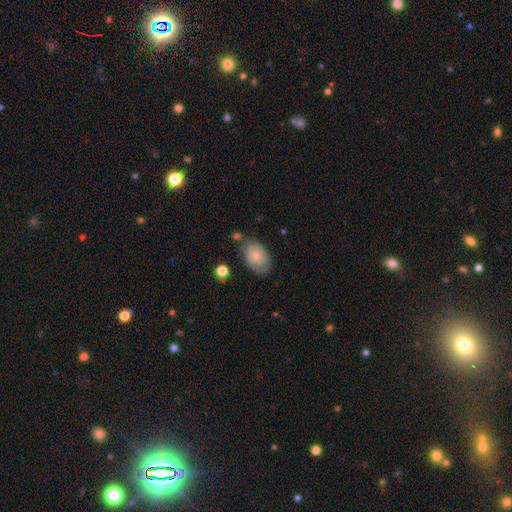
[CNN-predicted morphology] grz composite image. It shows a smooth galaxy with no disk features (61%) that is in between round and cigar-shaped (88%). Merging: none (62%).